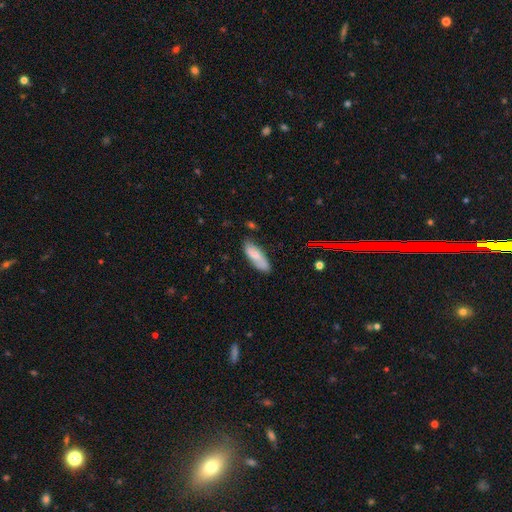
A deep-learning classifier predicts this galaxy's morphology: smooth 66%, featured or disk 27%, star or artifact 7%. Down the decision tree: how rounded — in between (63%); merging — none (73%).